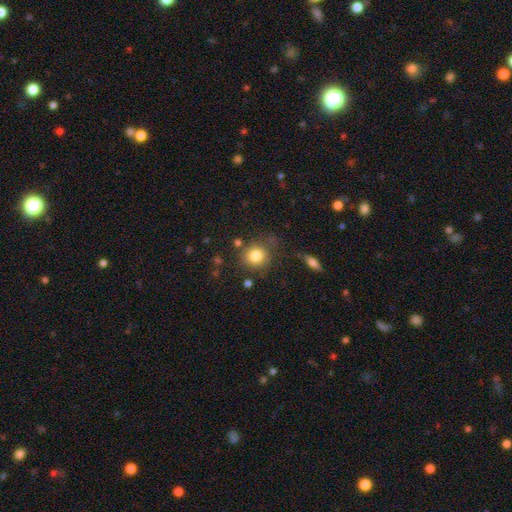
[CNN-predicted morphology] A smooth galaxy with no disk features (82%) that is round (87%). Merging: none (78%).